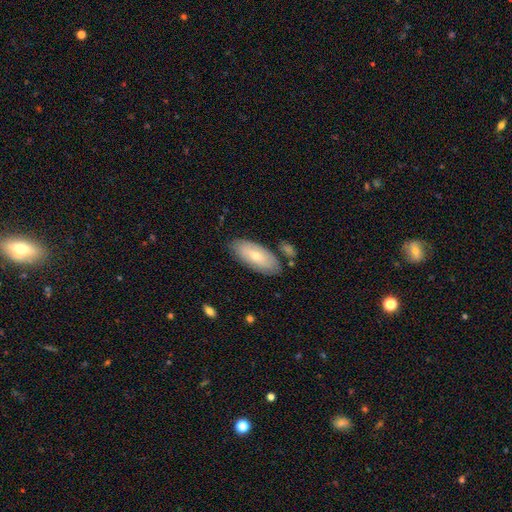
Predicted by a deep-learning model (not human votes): Smooth or featured?
  - smooth: 65% *
  - featured or disk: 29%
  - star or artifact: 6%
How rounded?
  - in between: 87% *
  - cigar-shaped: 11%
  - round: 2%
Merging?
  - none: 80% *
  - minor disturbance: 14%
  - merger: 4%
  - major disturbance: 3%